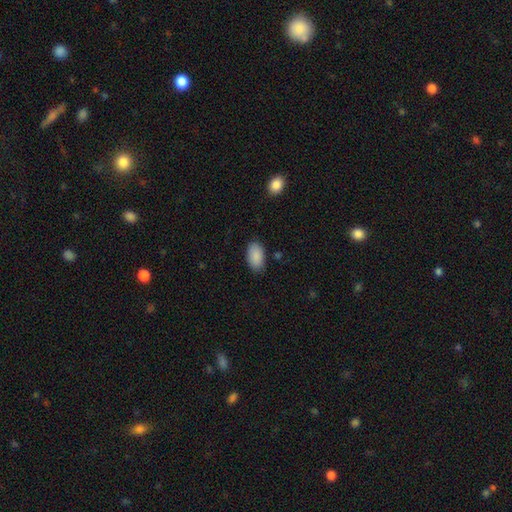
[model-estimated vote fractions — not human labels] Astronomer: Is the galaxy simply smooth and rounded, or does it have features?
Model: smooth — 90%.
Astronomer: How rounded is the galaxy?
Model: in between — 94%.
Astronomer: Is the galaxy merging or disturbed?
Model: none — 85%.